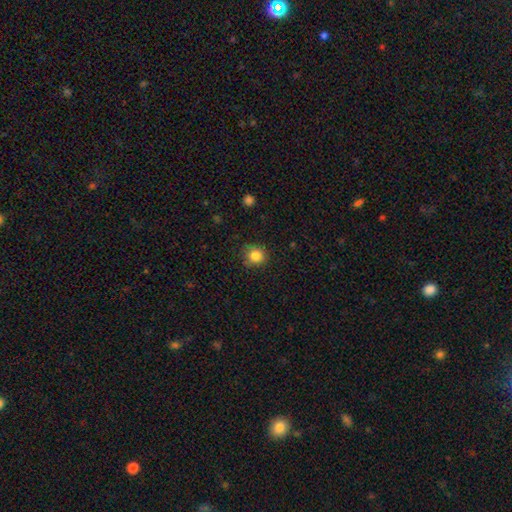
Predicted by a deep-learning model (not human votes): Smooth or featured: smooth — 84% (star or artifact — 11%)
How rounded: round — 88% (in between — 11%)
Merging: none — 82% (minor disturbance — 14%)